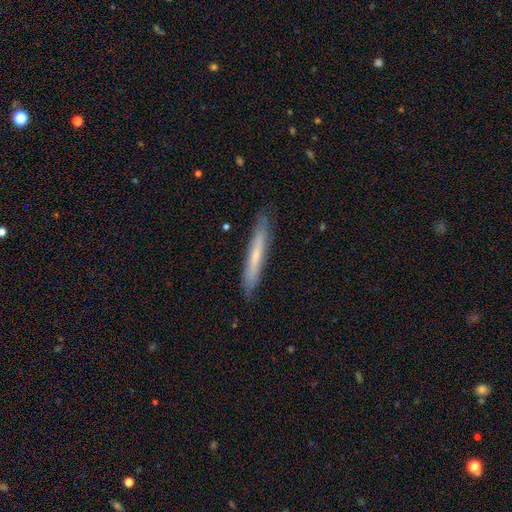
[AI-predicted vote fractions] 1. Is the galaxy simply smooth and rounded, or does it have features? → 54% smooth, 40% featured or disk, 6% star or artifact.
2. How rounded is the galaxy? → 95% cigar-shaped, 4% in between, 1% round.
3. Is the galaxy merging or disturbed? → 86% none, 11% minor disturbance, 2% major disturbance, 1% merger.